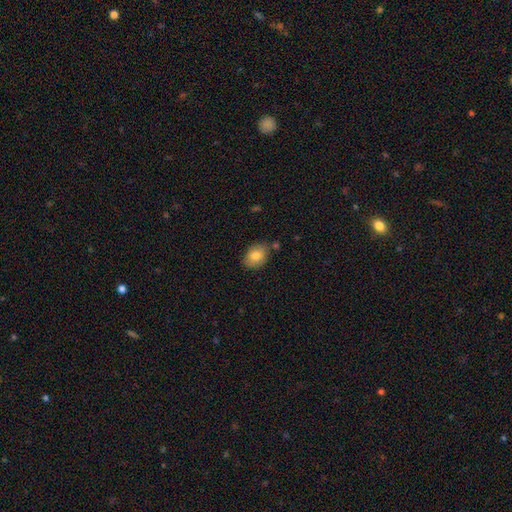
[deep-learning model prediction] Smooth or featured? Predicted: smooth (p=0.82). How rounded? Predicted: in between (p=0.71). Merging? Predicted: none (p=0.76).